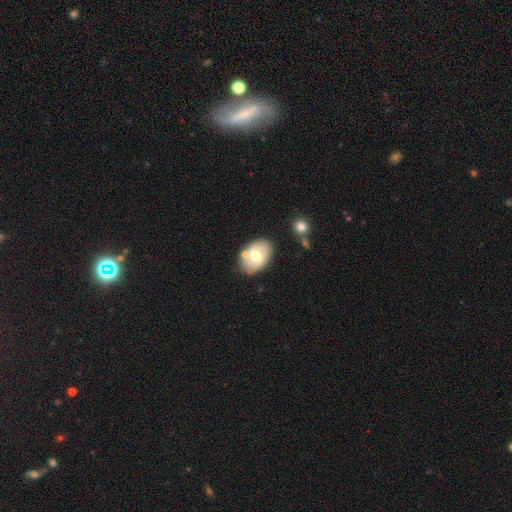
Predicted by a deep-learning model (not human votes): smooth-or-featured: smooth: 51% | featured or disk: 43% | star or artifact: 7%
  how-rounded: in between: 80% | round: 19% | cigar-shaped: 1%
  merging: none: 69% | minor disturbance: 16% | merger: 11% | major disturbance: 4%